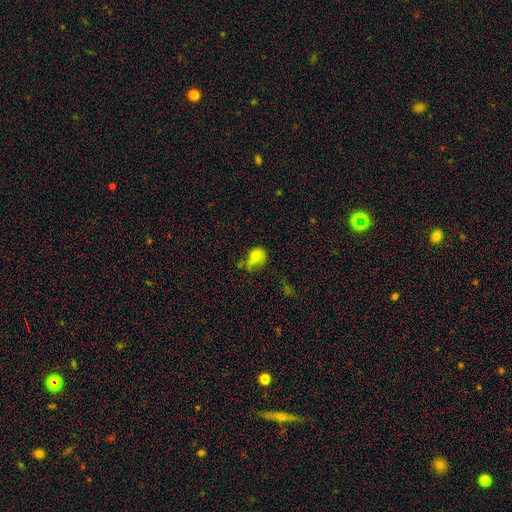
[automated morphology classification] Overall: smooth (70%). How rounded: in between (57%; round 42%). Merging: minor disturbance (35%; none 32%).